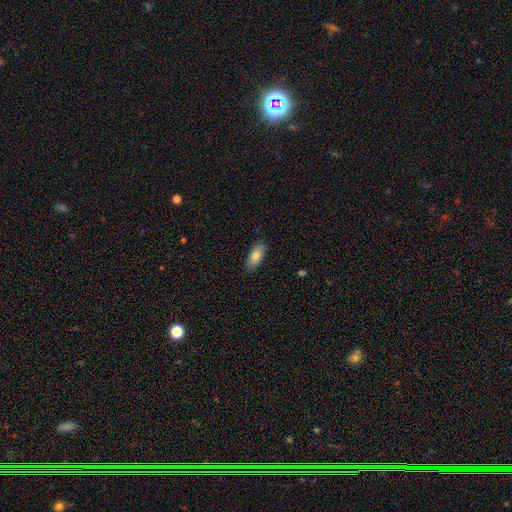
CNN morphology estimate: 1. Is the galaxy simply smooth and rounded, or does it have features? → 81% smooth, 13% featured or disk, 7% star or artifact.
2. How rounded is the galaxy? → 85% in between, 12% cigar-shaped, 2% round.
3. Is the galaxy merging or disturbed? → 87% none, 10% minor disturbance, 2% major disturbance, 1% merger.